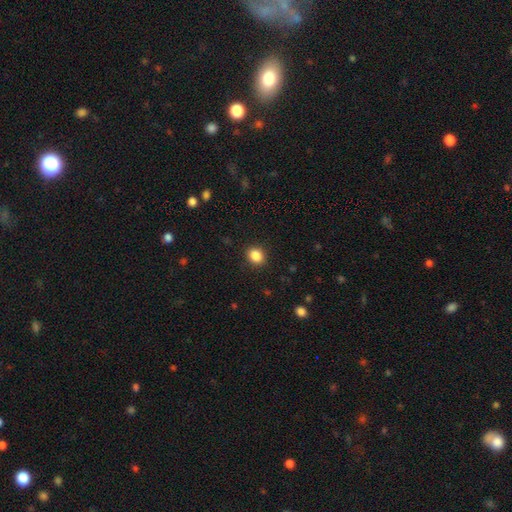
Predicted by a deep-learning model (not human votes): Smooth or featured?
  - smooth: 87% *
  - star or artifact: 10%
  - featured or disk: 4%
How rounded?
  - round: 54% *
  - in between: 45%
  - cigar-shaped: 1%
Merging?
  - none: 90% *
  - minor disturbance: 7%
  - major disturbance: 2%
  - merger: 1%